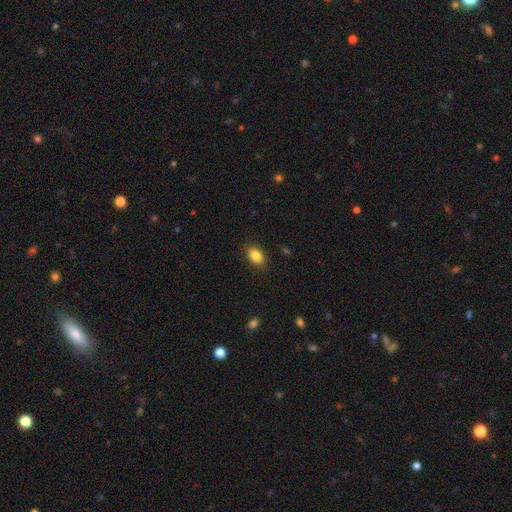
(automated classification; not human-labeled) Smooth or featured: smooth — 86% (star or artifact — 8%)
How rounded: in between — 86% (round — 12%)
Merging: none — 86% (minor disturbance — 10%)